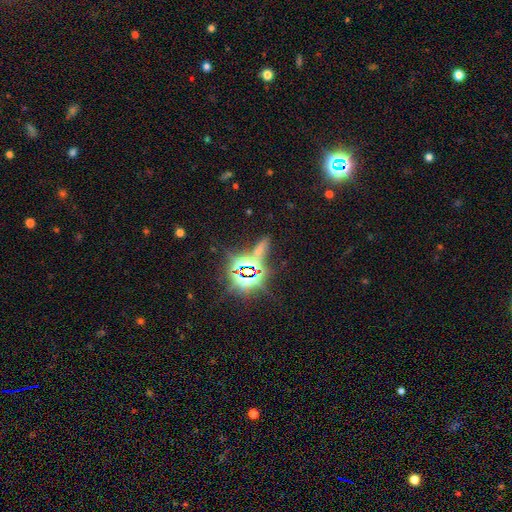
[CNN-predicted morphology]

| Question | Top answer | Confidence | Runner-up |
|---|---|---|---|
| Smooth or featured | star or artifact | 78% | smooth (12%) |